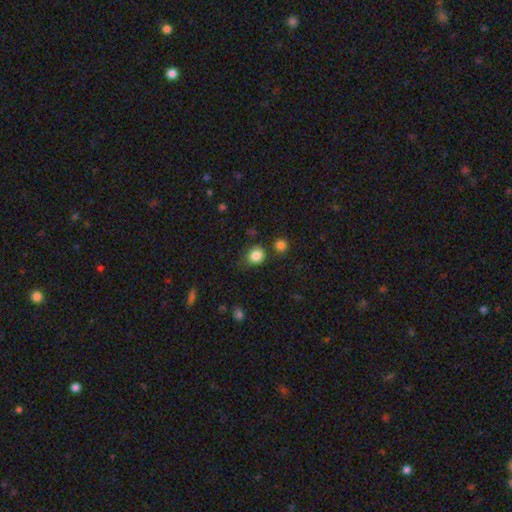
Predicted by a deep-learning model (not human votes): Q: Smooth or featured?
A: smooth (84%); runner-up: star or artifact (11%)
Q: How rounded?
A: round (72%); runner-up: in between (27%)
Q: Merging?
A: none (70%); runner-up: minor disturbance (18%)